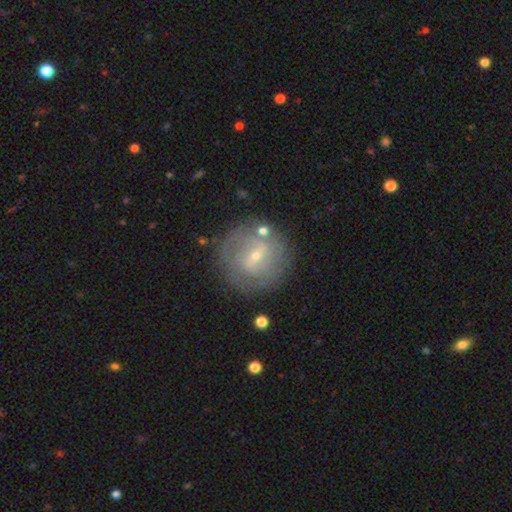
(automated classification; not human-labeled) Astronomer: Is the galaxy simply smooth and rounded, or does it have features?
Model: featured or disk — 69%.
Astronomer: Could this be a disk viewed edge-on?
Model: no — 96%.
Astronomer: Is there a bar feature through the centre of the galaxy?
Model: weak — 54%.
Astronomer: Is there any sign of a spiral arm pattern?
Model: yes — 68%.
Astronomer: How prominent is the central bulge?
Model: small — 71%.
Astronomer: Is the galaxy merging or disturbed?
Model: none — 76%.